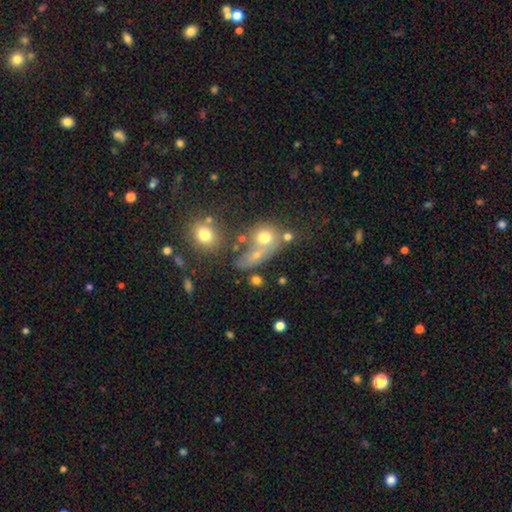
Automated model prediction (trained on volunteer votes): This is likely a smooth galaxy (63%). How rounded: possibly round (51%). Merging: marginally merger (42%).